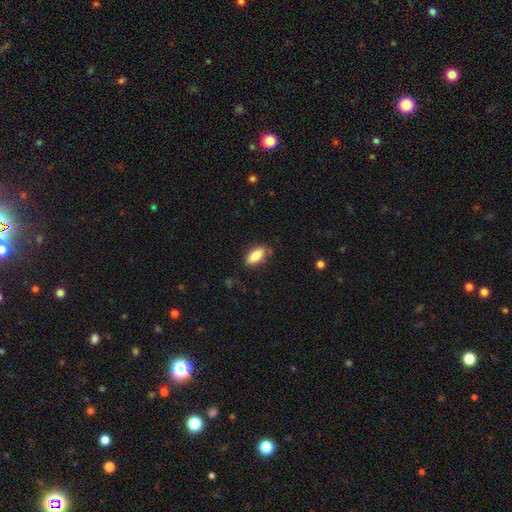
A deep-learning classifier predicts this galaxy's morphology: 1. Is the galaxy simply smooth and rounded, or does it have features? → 85% smooth, 8% featured or disk, 7% star or artifact.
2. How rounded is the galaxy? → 87% in between, 11% cigar-shaped, 3% round.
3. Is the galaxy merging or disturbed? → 76% none, 18% minor disturbance, 4% major disturbance, 2% merger.